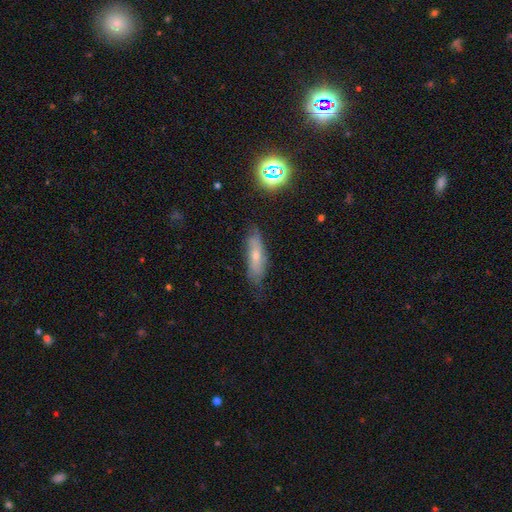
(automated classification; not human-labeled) Q: Smooth or featured?
A: smooth (50%); runner-up: featured or disk (36%)
Q: How rounded?
A: cigar-shaped (59%); runner-up: in between (37%)
Q: Merging?
A: none (71%); runner-up: minor disturbance (23%)